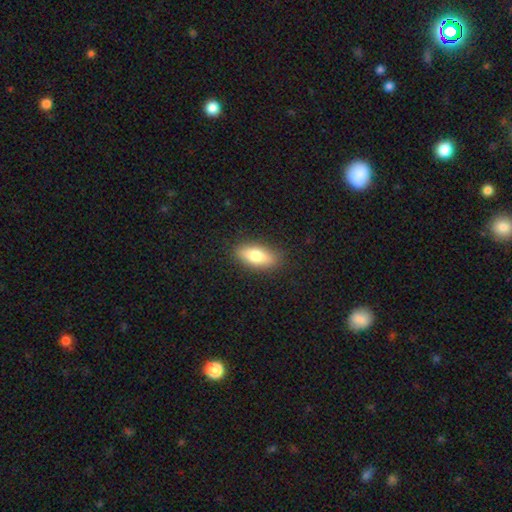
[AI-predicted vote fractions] A smooth galaxy with no disk features (77%) that is in between round and cigar-shaped (80%).

Vote fractions:
- Smooth or featured? smooth: 77% / featured or disk: 17% / star or artifact: 7%
- How rounded? in between: 80% / cigar-shaped: 17% / round: 3%
- Merging? none: 87% / minor disturbance: 9% / major disturbance: 2% / merger: 1%